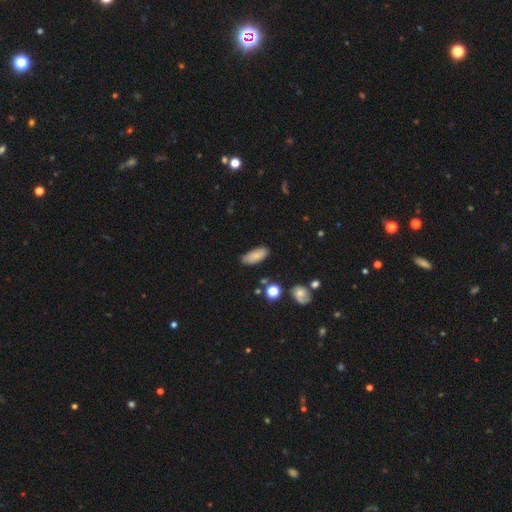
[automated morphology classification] Overall: smooth (84%). How rounded: in between (80%). Merging: none (80%).